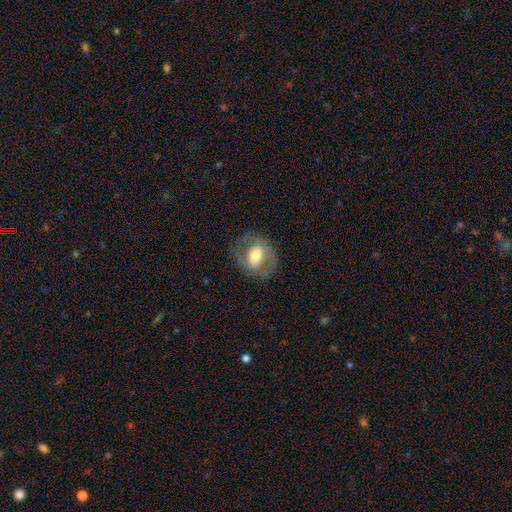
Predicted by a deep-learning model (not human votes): smooth_or_featured: featured or disk (p=0.61) [alt: smooth p=0.32]
disk_edge_on: no (p=0.95) [alt: yes p=0.05]
bar: no (p=0.39) [alt: weak p=0.37]
has_spiral_arms: yes (p=0.62) [alt: no p=0.38]
bulge_size: moderate (p=0.61) [alt: large p=0.22]
merging: none (p=0.73) [alt: minor disturbance p=0.15]